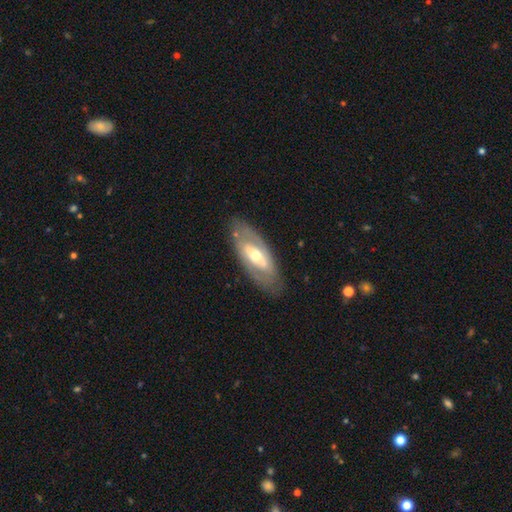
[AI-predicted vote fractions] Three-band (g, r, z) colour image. It shows a featured or disk galaxy (68%) with no bar (35%), no spiral arms (57%) and a moderate central bulge (64%). Merging: none (80%).